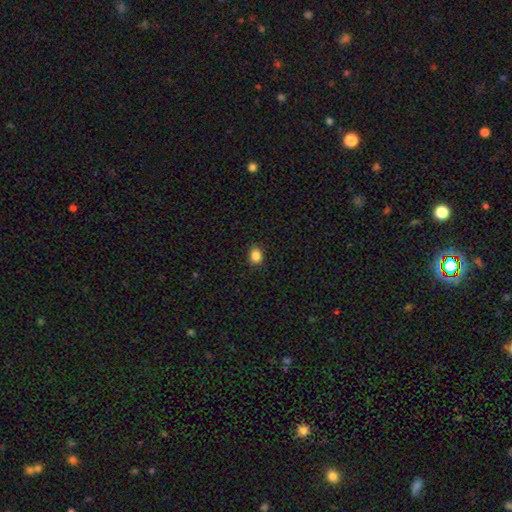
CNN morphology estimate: Smooth or featured: smooth — 86% (star or artifact — 11%)
How rounded: round — 60% (in between — 39%)
Merging: none — 91% (minor disturbance — 6%)